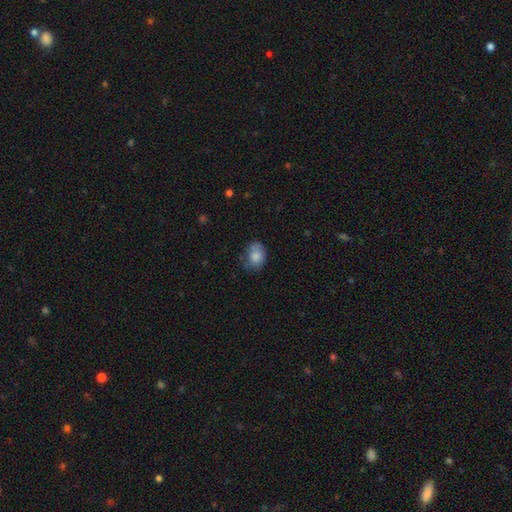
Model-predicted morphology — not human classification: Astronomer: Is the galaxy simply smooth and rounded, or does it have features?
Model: smooth — 80%.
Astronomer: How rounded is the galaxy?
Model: in between — 63%.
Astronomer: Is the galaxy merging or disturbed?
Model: none — 58%.